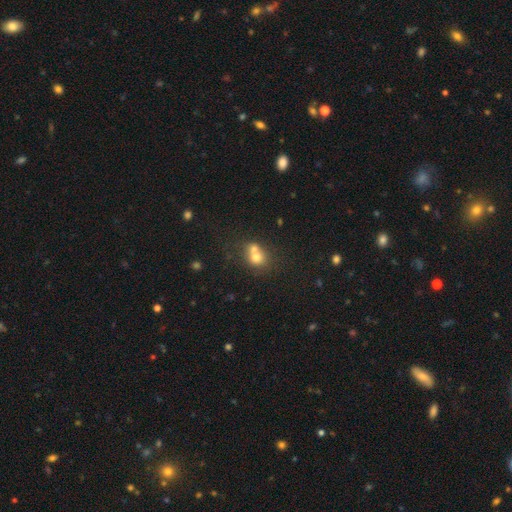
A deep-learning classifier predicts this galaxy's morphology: The model was most divided on "merging": merger: 59%, none: 29%, minor disturbance: 8%, major disturbance: 4%. More confident: smooth or featured — smooth (69%); how rounded — round (68%).